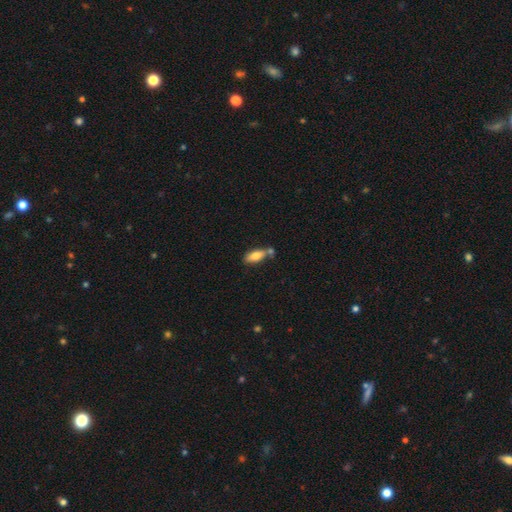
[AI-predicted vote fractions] Q: Smooth or featured?
A: smooth (78%); runner-up: featured or disk (15%)
Q: How rounded?
A: in between (80%); runner-up: cigar-shaped (17%)
Q: Merging?
A: none (52%); runner-up: merger (28%)